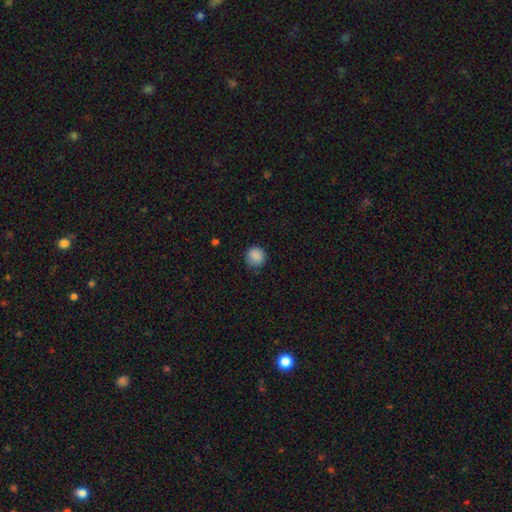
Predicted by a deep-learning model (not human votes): smooth-or-featured: smooth: 88% | star or artifact: 9% | featured or disk: 4%
  how-rounded: round: 92% | in between: 7% | cigar-shaped: 1%
  merging: none: 81% | minor disturbance: 15% | major disturbance: 3% | merger: 1%